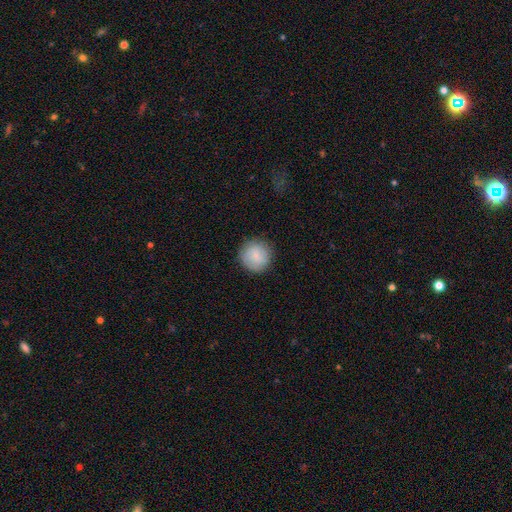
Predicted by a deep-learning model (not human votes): The model was most divided on "smooth or featured": smooth: 82%, featured or disk: 11%, star or artifact: 7%. More confident: how rounded — round (94%); merging — none (88%).